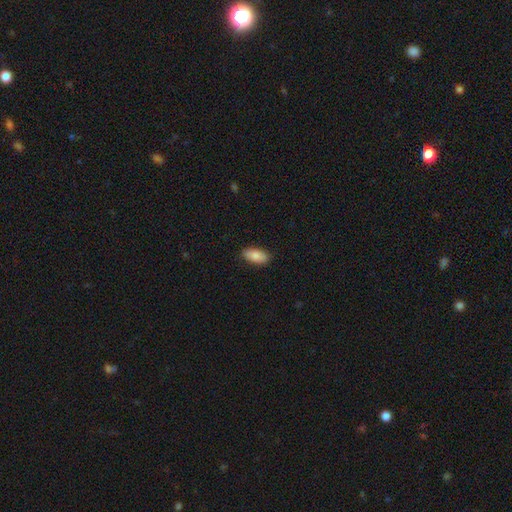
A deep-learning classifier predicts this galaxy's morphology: A smooth galaxy with no disk features (83%) that is in between round and cigar-shaped (90%).

Vote fractions:
- Smooth or featured? smooth: 83% / featured or disk: 10% / star or artifact: 6%
- How rounded? in between: 90% / cigar-shaped: 7% / round: 3%
- Merging? none: 88% / minor disturbance: 9% / major disturbance: 2% / merger: 1%